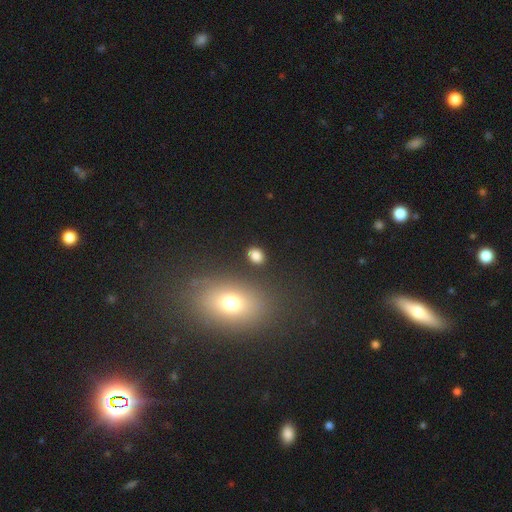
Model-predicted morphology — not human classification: Smooth or featured? Predicted: smooth (p=0.82). How rounded? Predicted: in between (p=0.64). Merging? Predicted: none (p=0.84).